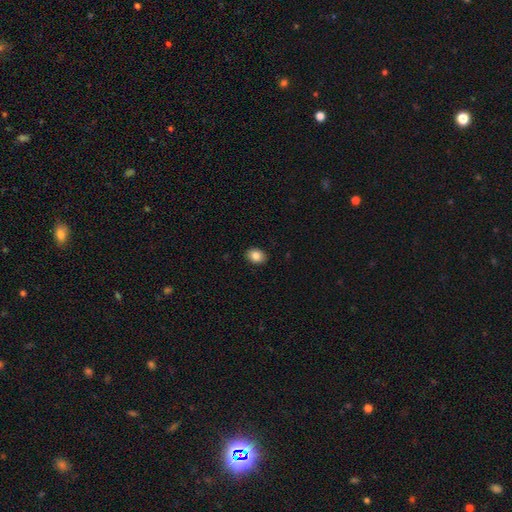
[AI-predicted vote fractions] smooth-or-featured: smooth: 86% | star or artifact: 8% | featured or disk: 5%
  how-rounded: in between: 61% | round: 38% | cigar-shaped: 1%
  merging: none: 89% | minor disturbance: 8% | major disturbance: 2% | merger: 1%